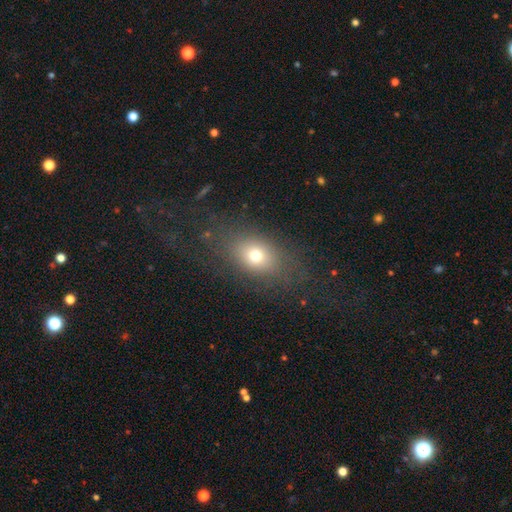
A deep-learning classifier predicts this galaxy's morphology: smooth_or_featured: smooth (p=0.70) [alt: star or artifact p=0.16]
how_rounded: in between (p=0.61) [alt: round p=0.36]
merging: none (p=0.76) [alt: minor disturbance p=0.13]